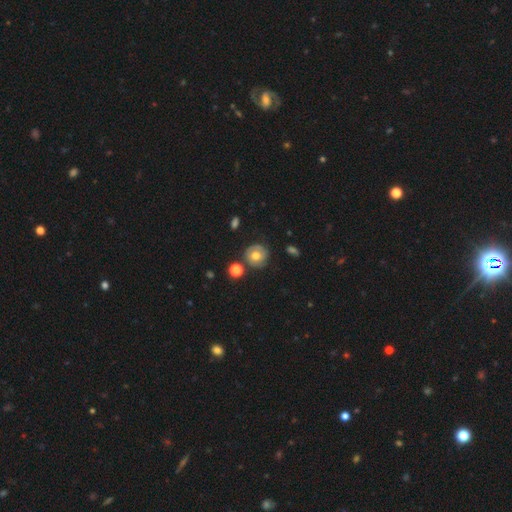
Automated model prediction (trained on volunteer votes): Overall: smooth (56%; featured or disk 34%). How rounded: round (90%). Merging: none (76%).